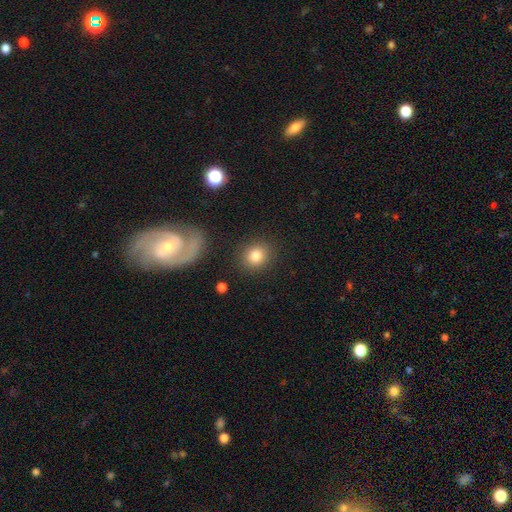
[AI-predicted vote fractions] Overall: smooth (83%). How rounded: round (77%). Merging: none (87%).